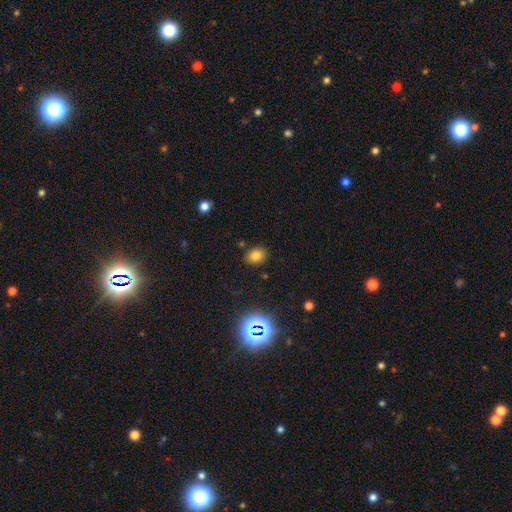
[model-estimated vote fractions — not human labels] Overall: smooth (76%). How rounded: round (50%; in between 49%). Merging: none (86%).